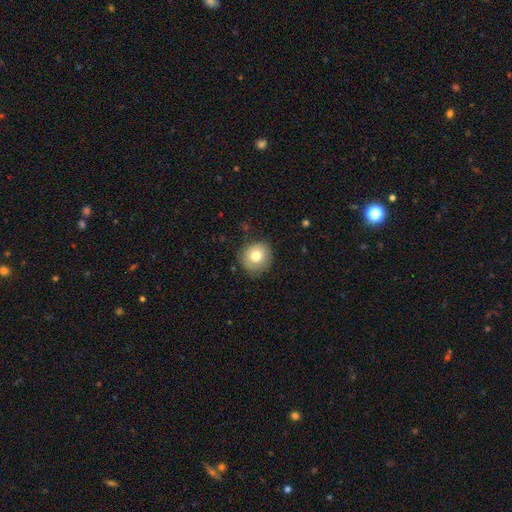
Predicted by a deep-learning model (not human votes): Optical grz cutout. It shows a smooth galaxy with no disk features (78%) that is round (89%). Merging: none (81%).